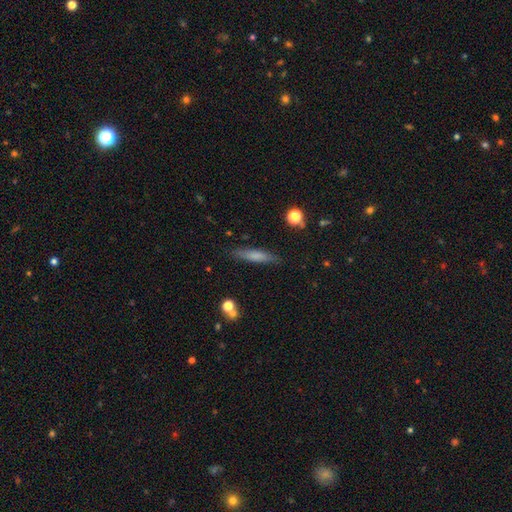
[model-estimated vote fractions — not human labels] smooth-or-featured: smooth: 69% | featured or disk: 24% | star or artifact: 7%
  how-rounded: cigar-shaped: 85% | in between: 13% | round: 2%
  merging: none: 85% | minor disturbance: 10% | major disturbance: 2% | merger: 2%